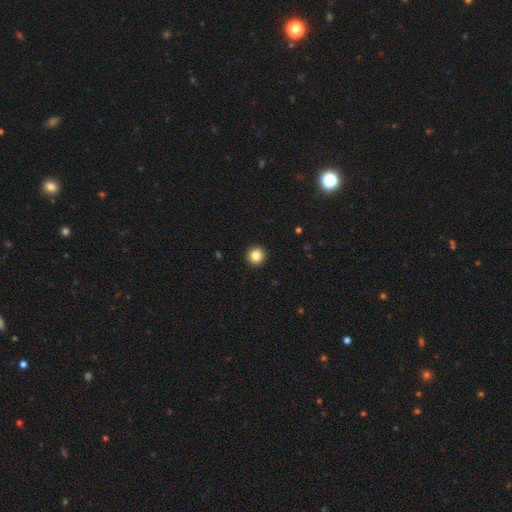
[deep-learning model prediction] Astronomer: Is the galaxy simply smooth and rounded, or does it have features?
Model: smooth — 85%.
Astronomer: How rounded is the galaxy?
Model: round — 96%.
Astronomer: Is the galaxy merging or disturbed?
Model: none — 94%.